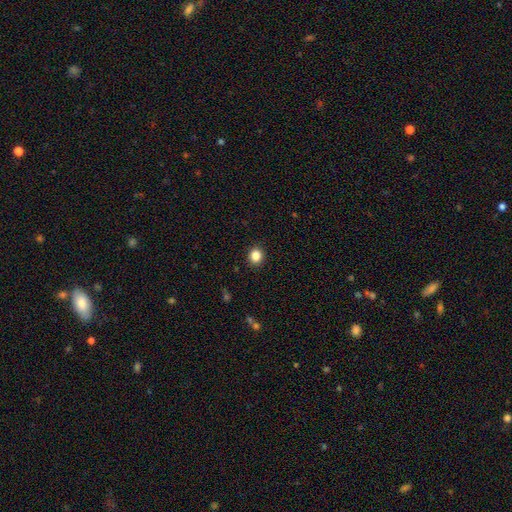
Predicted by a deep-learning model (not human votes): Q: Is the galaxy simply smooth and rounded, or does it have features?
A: smooth — 85%.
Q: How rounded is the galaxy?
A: round — 78%.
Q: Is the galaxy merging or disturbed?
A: none — 92%.